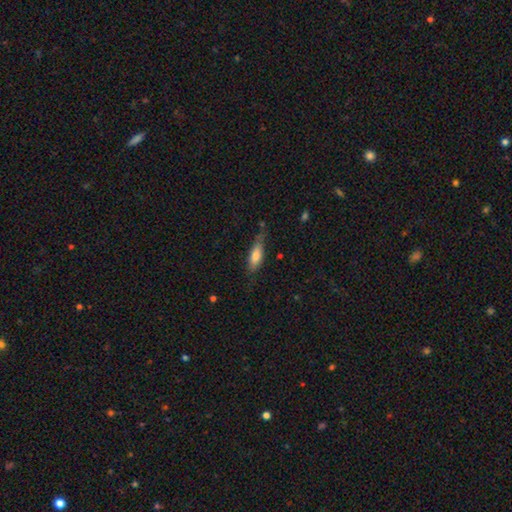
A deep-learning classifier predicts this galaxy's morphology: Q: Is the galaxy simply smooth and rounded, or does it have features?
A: smooth — 71%.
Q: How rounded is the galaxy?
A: in between — 51%.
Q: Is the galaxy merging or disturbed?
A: none — 61%.